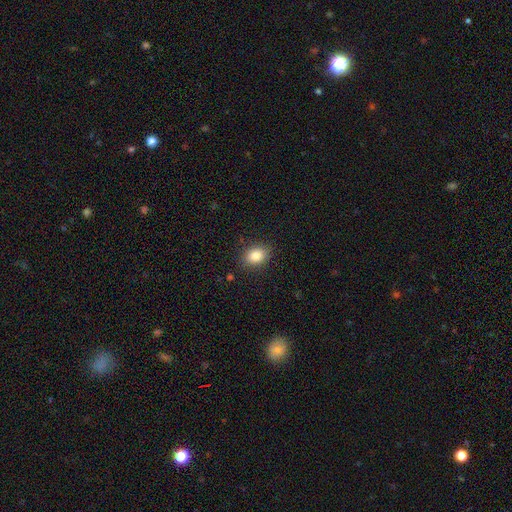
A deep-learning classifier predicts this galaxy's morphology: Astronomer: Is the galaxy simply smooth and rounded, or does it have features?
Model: smooth — 84%.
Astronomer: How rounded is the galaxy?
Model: in between — 69%.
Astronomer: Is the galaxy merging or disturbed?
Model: none — 86%.